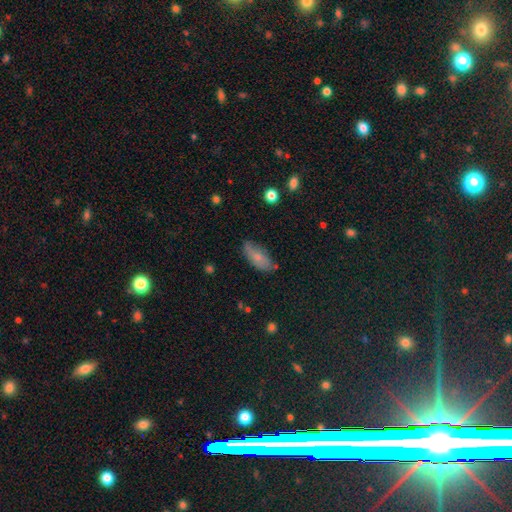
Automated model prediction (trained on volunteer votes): Smooth or featured? smooth (74%)
How rounded? in between (84%)
Merging? none (62%)